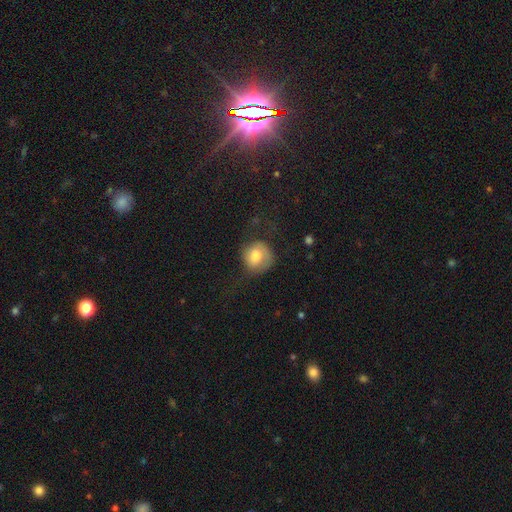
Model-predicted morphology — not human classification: This is likely a smooth galaxy (63%). How rounded: likely round (78%). Merging: possibly none (50%).